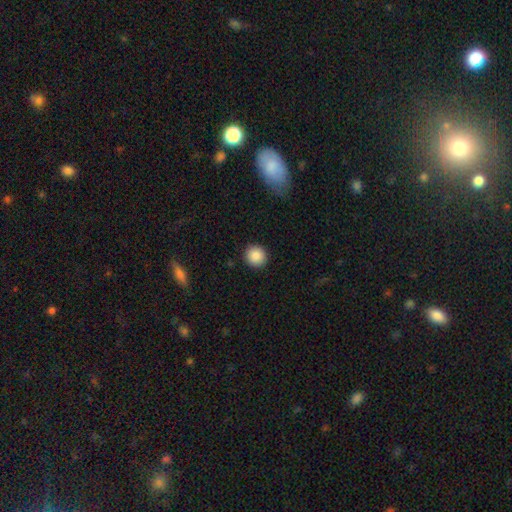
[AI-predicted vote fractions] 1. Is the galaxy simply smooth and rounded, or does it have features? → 88% smooth, 9% star or artifact, 3% featured or disk.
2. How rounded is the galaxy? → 93% round, 6% in between, 1% cigar-shaped.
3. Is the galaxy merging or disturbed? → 91% none, 6% minor disturbance, 2% major disturbance, 1% merger.